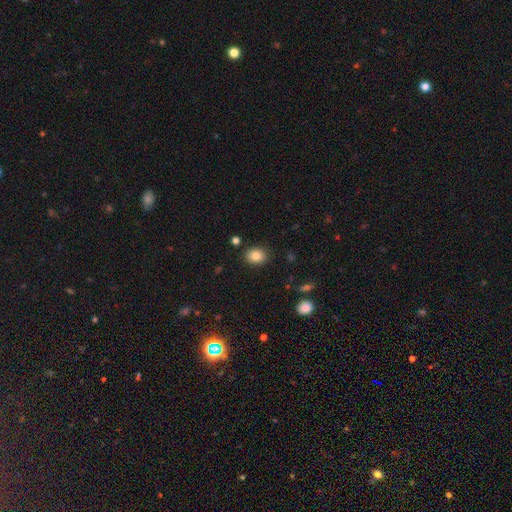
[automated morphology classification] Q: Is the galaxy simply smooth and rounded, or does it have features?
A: smooth — 85%.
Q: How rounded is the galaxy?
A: in between — 55%.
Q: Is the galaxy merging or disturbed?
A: none — 86%.